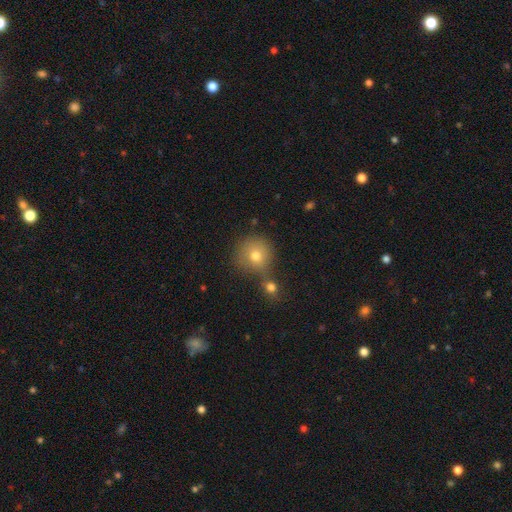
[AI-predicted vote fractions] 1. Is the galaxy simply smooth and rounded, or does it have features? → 76% smooth, 13% star or artifact, 11% featured or disk.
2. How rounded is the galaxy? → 91% round, 8% in between, 1% cigar-shaped.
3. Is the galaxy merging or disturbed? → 57% none, 28% merger, 11% minor disturbance, 4% major disturbance.